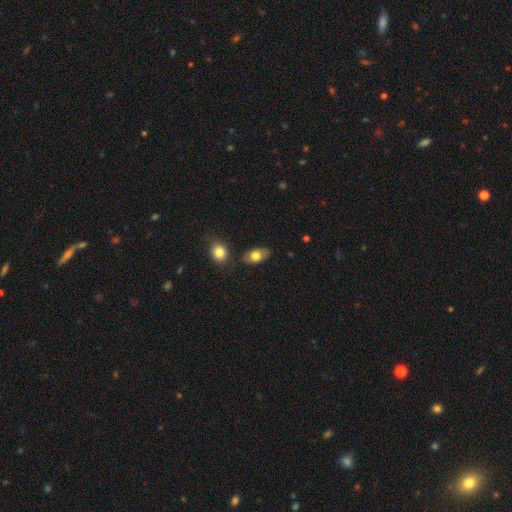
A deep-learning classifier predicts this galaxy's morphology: Overall: smooth (74%). How rounded: in between (90%). Merging: none (77%).